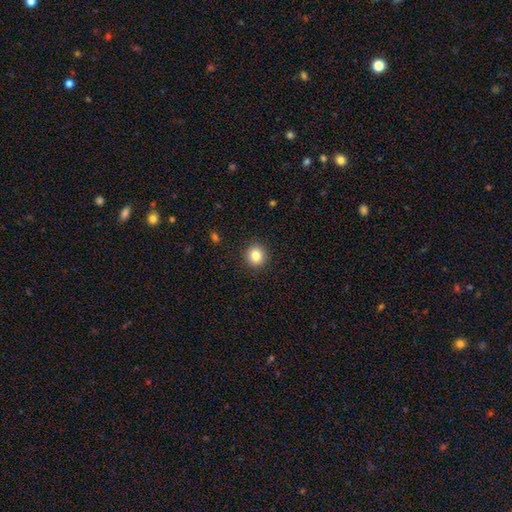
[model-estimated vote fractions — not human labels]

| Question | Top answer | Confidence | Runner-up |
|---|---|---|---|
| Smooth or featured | smooth | 84% | star or artifact (10%) |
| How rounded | round | 90% | in between (9%) |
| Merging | none | 92% | minor disturbance (6%) |